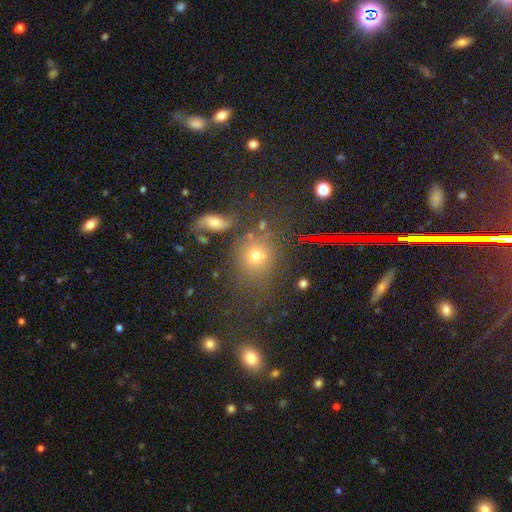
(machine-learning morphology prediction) Smooth or featured? smooth (66%)
How rounded? round (73%)
Merging? none (67%)